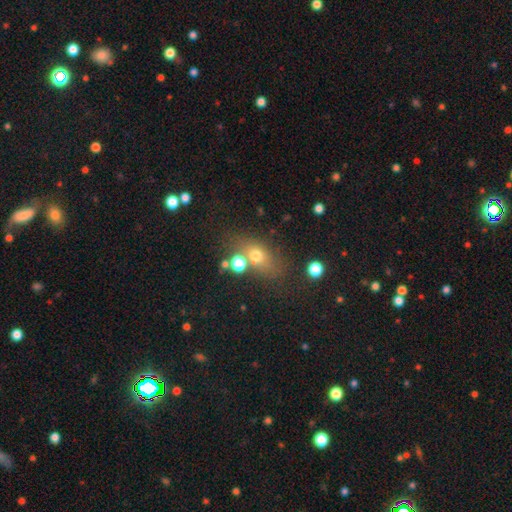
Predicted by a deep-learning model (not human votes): Smooth or featured: smooth — 66% (star or artifact — 17%)
How rounded: in between — 58% (round — 38%)
Merging: none — 58% (merger — 19%)